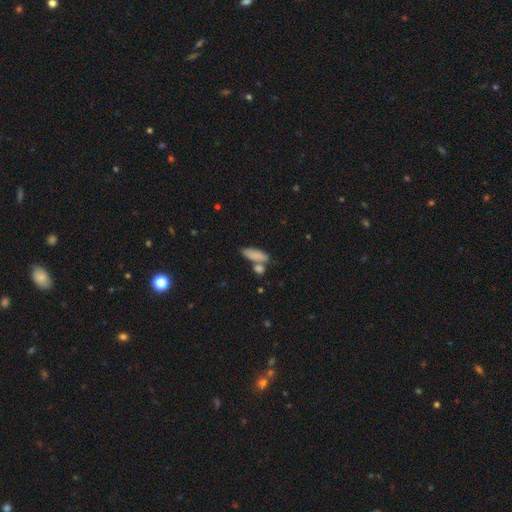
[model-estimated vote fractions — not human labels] Q: Smooth or featured?
A: smooth (80%); runner-up: featured or disk (13%)
Q: How rounded?
A: in between (68%); runner-up: cigar-shaped (29%)
Q: Merging?
A: none (51%); runner-up: merger (29%)